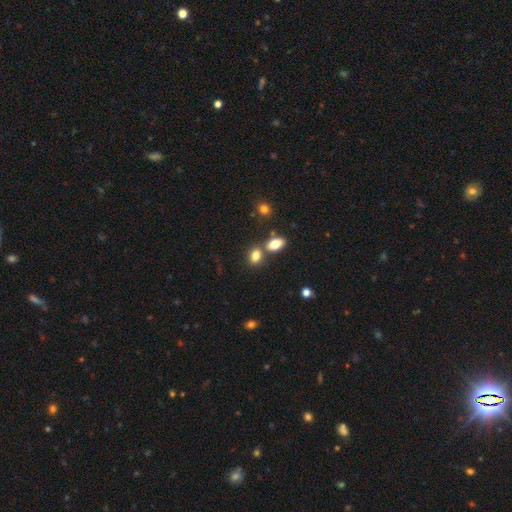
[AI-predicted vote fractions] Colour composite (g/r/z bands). It shows a smooth galaxy with no disk features (82%) that is in between round and cigar-shaped (79%). Merging: none (53%).